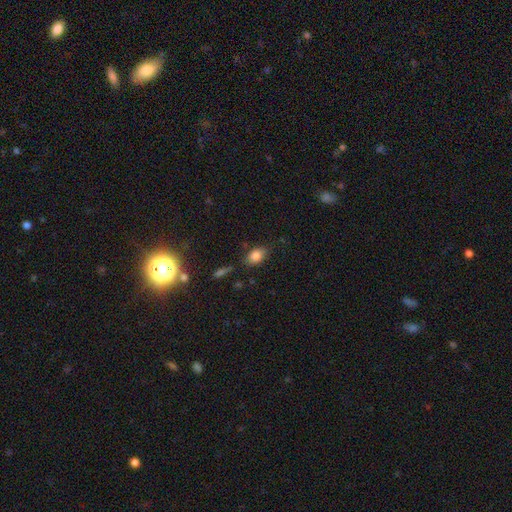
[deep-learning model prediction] This appears to be a smooth galaxy with no disk features (83%) that is in between round and cigar-shaped (83%). Merging: none (76%).